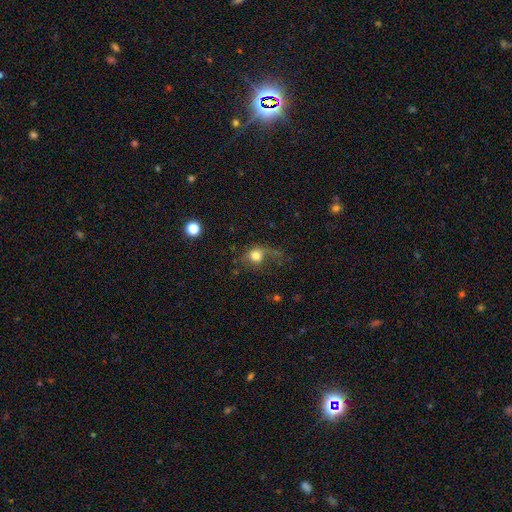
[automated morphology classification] Overall: smooth (70%). How rounded: round (71%). Merging: major disturbance (38%; none 34%).